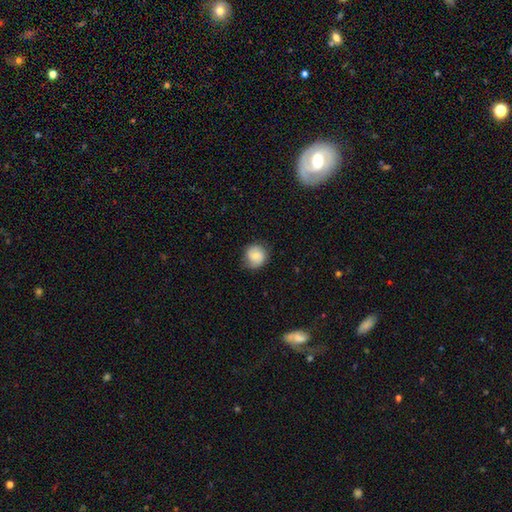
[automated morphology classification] Q: Smooth or featured?
A: smooth (69%); runner-up: featured or disk (23%)
Q: How rounded?
A: round (86%); runner-up: in between (13%)
Q: Merging?
A: none (76%); runner-up: minor disturbance (18%)